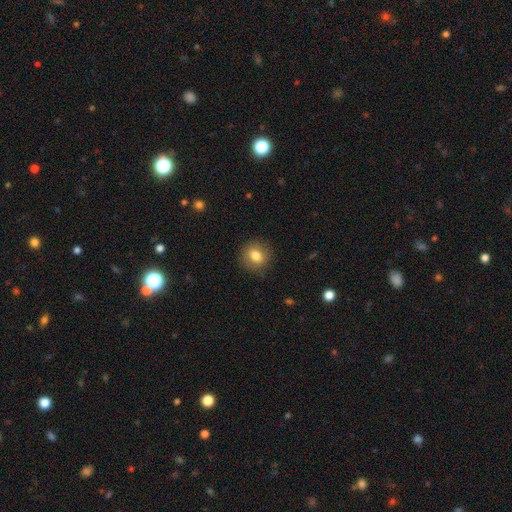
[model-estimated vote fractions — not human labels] smooth 80%, featured or disk 10%, star or artifact 9%. Down the decision tree: how rounded — round (78%); merging — none (87%).